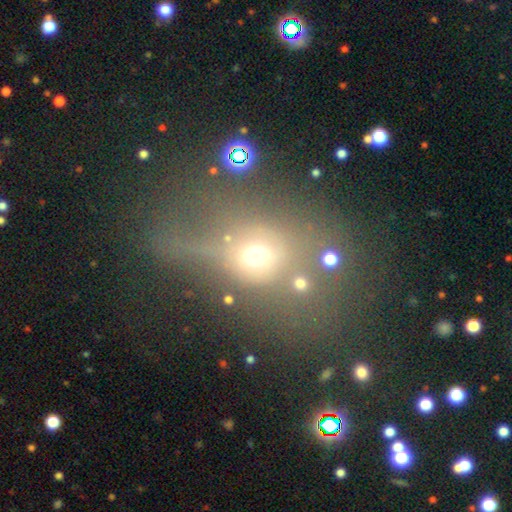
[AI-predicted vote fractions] smooth-or-featured: smooth: 48% | star or artifact: 26% | featured or disk: 26%
  merging: none: 43% | major disturbance: 24% | minor disturbance: 19% | merger: 14%